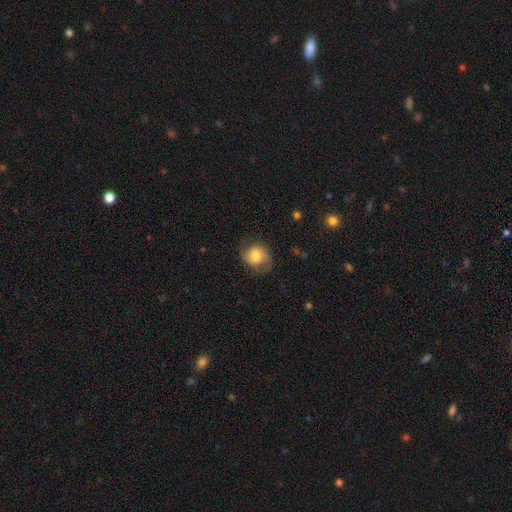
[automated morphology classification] Smooth or featured? smooth (49%)
Merging? none (67%)